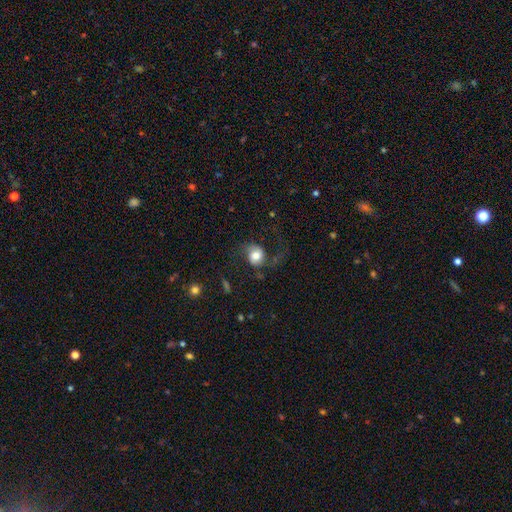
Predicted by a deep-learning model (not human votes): Overall: smooth (55%; featured or disk 36%). How rounded: round (66%; in between 33%). Merging: none (51%; major disturbance 28%).